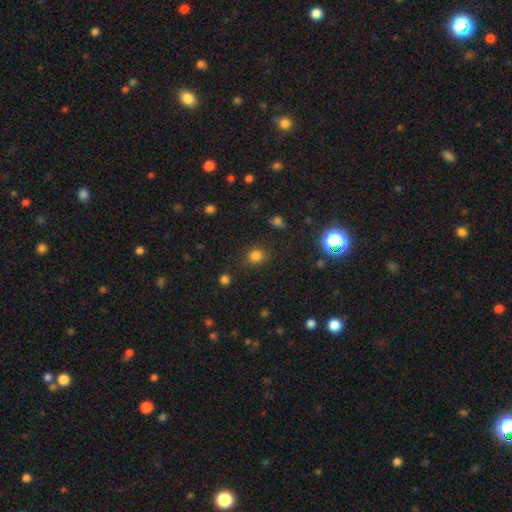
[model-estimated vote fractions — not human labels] smooth-or-featured: smooth: 78% | star or artifact: 17% | featured or disk: 5%
  how-rounded: round: 79% | in between: 20% | cigar-shaped: 1%
  merging: none: 82% | minor disturbance: 11% | major disturbance: 4% | merger: 2%